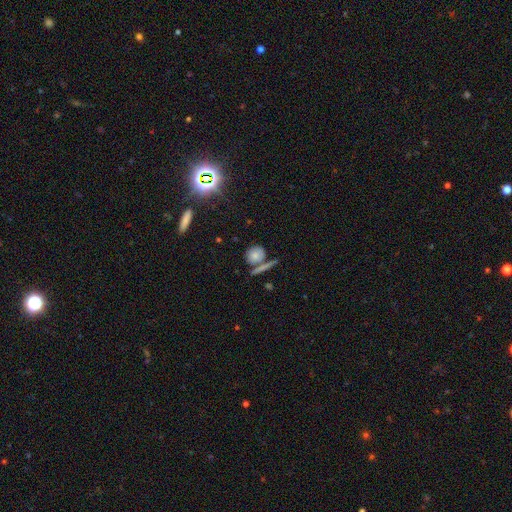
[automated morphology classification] Smooth or featured? smooth (68%)
How rounded? round (74%)
Merging? none (64%)